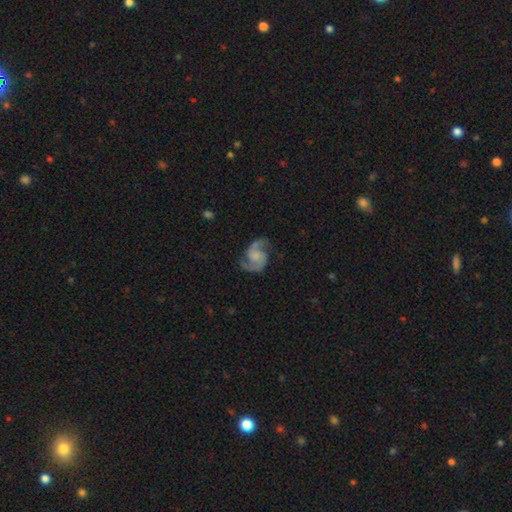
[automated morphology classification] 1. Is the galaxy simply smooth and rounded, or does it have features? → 89% featured or disk, 6% smooth, 5% star or artifact.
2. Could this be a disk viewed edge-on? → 98% no, 2% yes.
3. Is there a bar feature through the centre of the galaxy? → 62% no, 32% weak, 7% strong.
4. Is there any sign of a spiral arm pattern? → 98% yes, 2% no.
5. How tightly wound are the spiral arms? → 59% medium, 25% loose, 16% tight.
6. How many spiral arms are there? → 94% 2, 2% can't tell, 1% 1, 1% 3, 1% 4, 1% more than 4.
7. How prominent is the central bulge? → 36% none, 32% small, 24% moderate, 7% large, 2% dominant.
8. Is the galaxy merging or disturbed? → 76% none, 15% minor disturbance, 7% major disturbance, 2% merger.